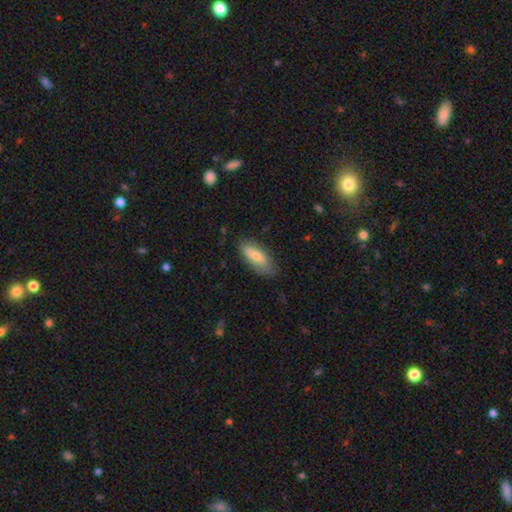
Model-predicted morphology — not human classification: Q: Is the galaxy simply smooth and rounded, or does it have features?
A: smooth — 73%.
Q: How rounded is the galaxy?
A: in between — 82%.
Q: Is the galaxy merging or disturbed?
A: none — 73%.